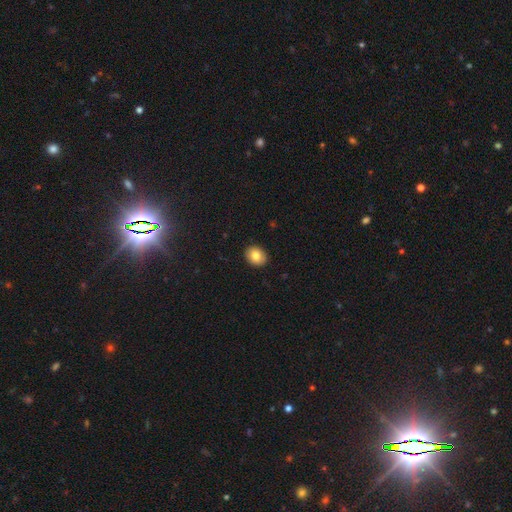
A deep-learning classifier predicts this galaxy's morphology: This appears to be a smooth galaxy with no disk features (84%) that is round (52%). Merging: none (91%).